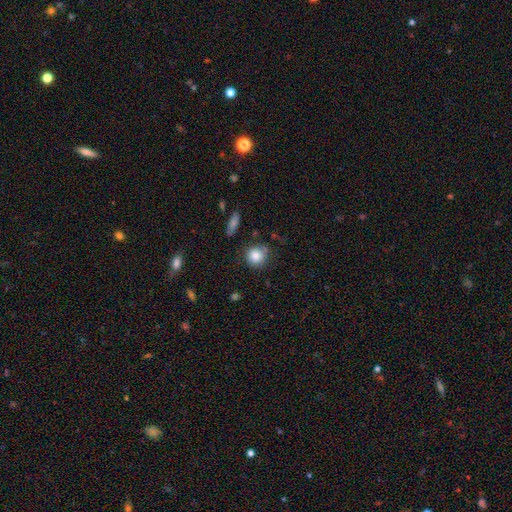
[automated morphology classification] Smooth or featured?
  - smooth: 83% *
  - star or artifact: 9%
  - featured or disk: 8%
How rounded?
  - round: 88% *
  - in between: 11%
  - cigar-shaped: 1%
Merging?
  - none: 73% *
  - minor disturbance: 17%
  - major disturbance: 5%
  - merger: 5%